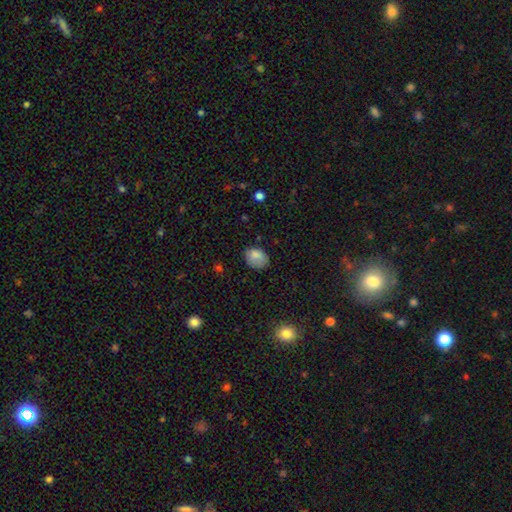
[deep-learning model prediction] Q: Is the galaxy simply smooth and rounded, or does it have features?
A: smooth — 81%.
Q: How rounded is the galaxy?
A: in between — 68%.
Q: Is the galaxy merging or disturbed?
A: none — 64%.